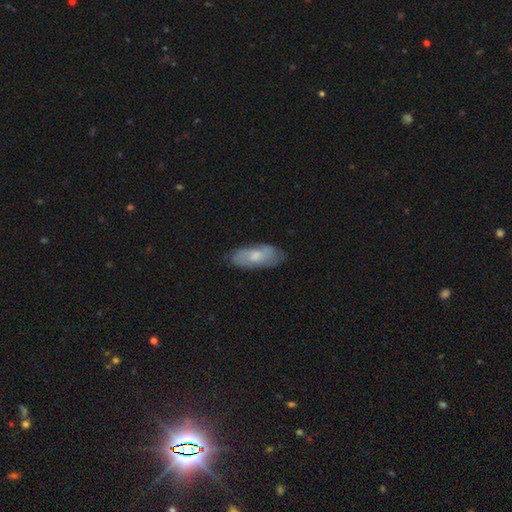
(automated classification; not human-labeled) Morphology: type=smooth (56%); roundness=in between (77%); merging=none (73%).